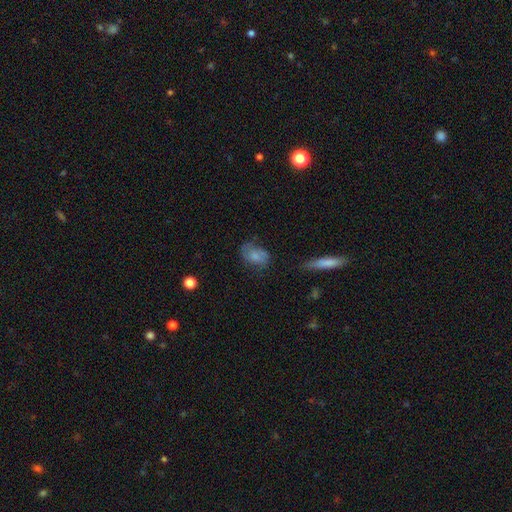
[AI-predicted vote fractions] A smooth galaxy with no disk features (68%) that is in between round and cigar-shaped (84%).

Vote fractions:
- Smooth or featured? smooth: 68% / featured or disk: 24% / star or artifact: 9%
- How rounded? in between: 84% / round: 14% / cigar-shaped: 2%
- Merging? none: 53% / minor disturbance: 30% / major disturbance: 14% / merger: 3%